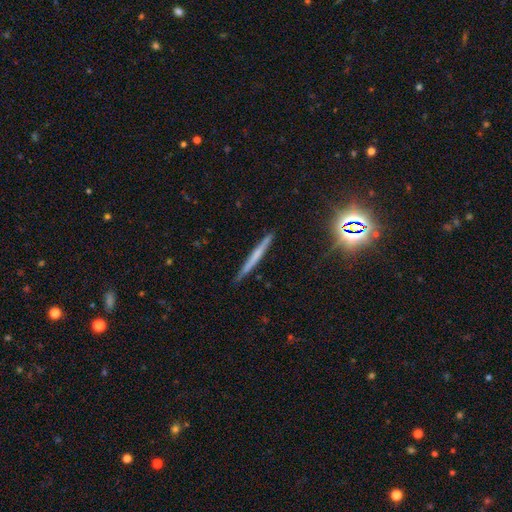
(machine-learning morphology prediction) This is possibly a featured or disk galaxy (45%). Merging: clearly none (88%).